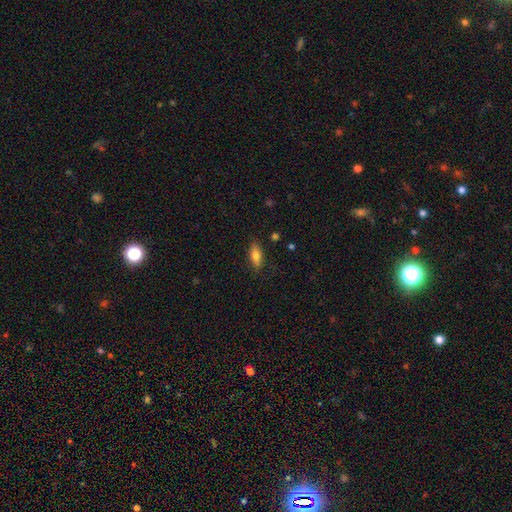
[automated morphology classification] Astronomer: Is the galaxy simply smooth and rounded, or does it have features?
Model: smooth — 77%.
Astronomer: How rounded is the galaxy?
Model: in between — 78%.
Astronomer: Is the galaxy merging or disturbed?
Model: none — 84%.